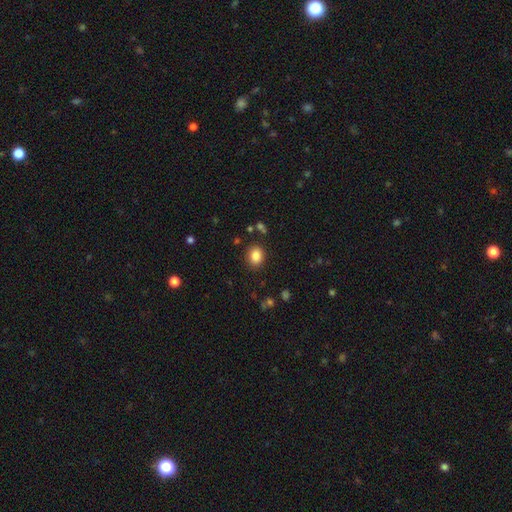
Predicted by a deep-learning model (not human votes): Q: Smooth or featured?
A: smooth (86%); runner-up: star or artifact (10%)
Q: How rounded?
A: round (53%); runner-up: in between (47%)
Q: Merging?
A: none (86%); runner-up: minor disturbance (9%)